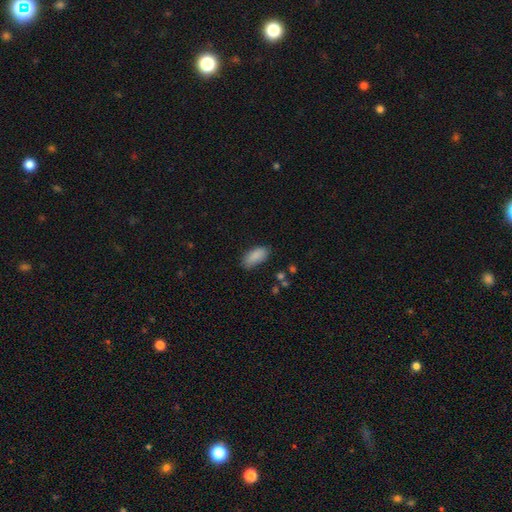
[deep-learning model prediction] A smooth galaxy with no disk features (88%) that is in between round and cigar-shaped (89%). Merging: none (75%).